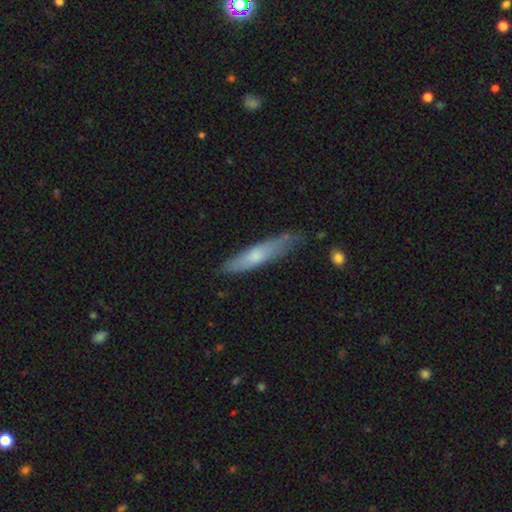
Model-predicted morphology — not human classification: smooth-or-featured: smooth: 62% | featured or disk: 32% | star or artifact: 6%
  how-rounded: cigar-shaped: 86% | in between: 13% | round: 1%
  merging: none: 69% | minor disturbance: 24% | major disturbance: 5% | merger: 2%